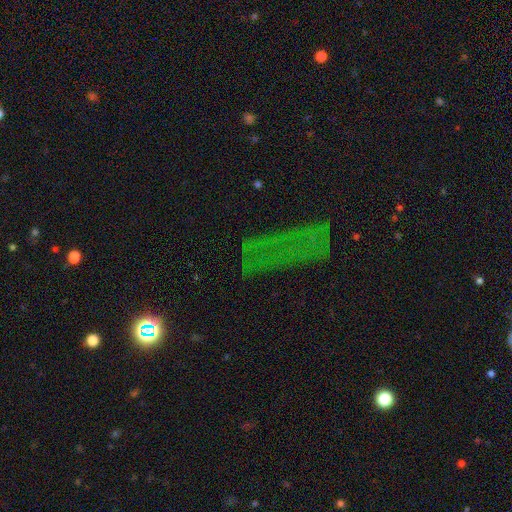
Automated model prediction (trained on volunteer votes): Morphology: type=star or artifact (47%).